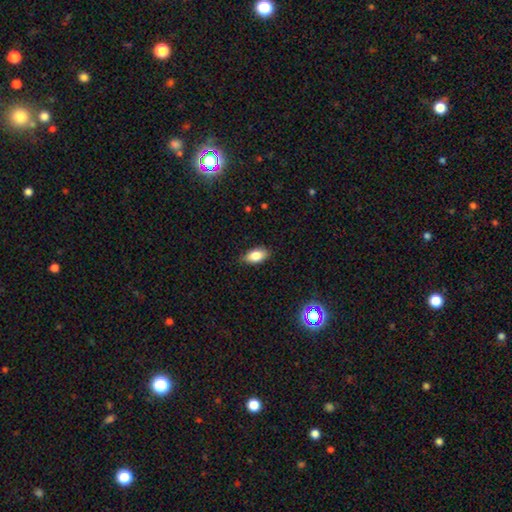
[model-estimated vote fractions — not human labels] Q: Smooth or featured?
A: smooth (83%); runner-up: featured or disk (9%)
Q: How rounded?
A: in between (90%); runner-up: round (5%)
Q: Merging?
A: none (83%); runner-up: minor disturbance (13%)